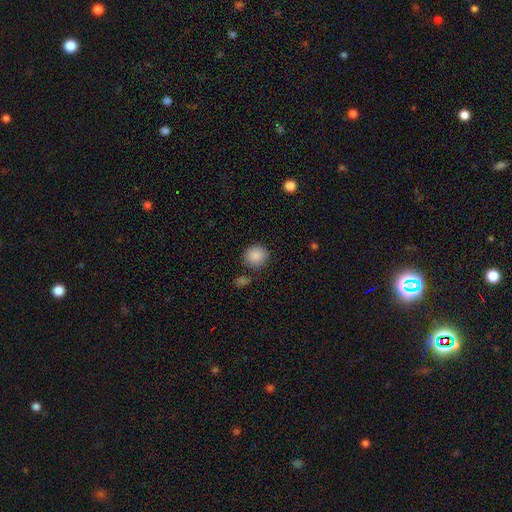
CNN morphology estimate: smooth_or_featured: smooth (p=0.88) [alt: star or artifact p=0.08]
how_rounded: round (p=0.87) [alt: in between p=0.12]
merging: none (p=0.81) [alt: minor disturbance p=0.10]